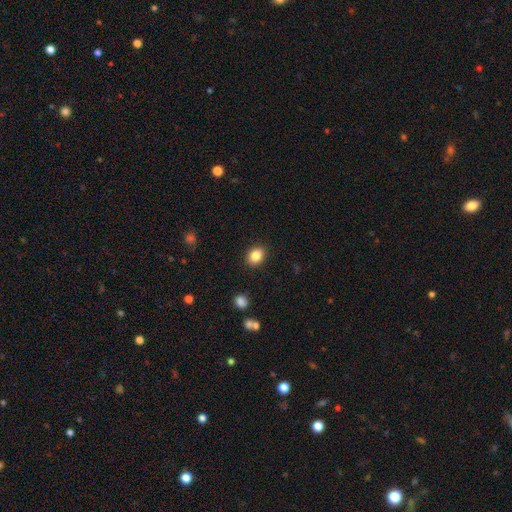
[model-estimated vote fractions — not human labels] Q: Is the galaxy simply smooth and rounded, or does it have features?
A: smooth — 85%.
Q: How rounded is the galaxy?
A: in between — 61%.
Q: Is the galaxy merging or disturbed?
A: none — 89%.